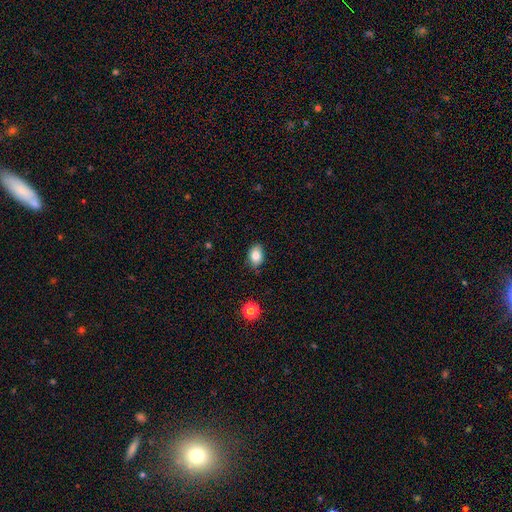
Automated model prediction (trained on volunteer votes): A smooth galaxy with no disk features (83%) that is in between round and cigar-shaped (77%).

Vote fractions:
- Smooth or featured? smooth: 83% / star or artifact: 9% / featured or disk: 8%
- How rounded? in between: 77% / round: 22% / cigar-shaped: 1%
- Merging? none: 82% / minor disturbance: 14% / major disturbance: 2% / merger: 1%